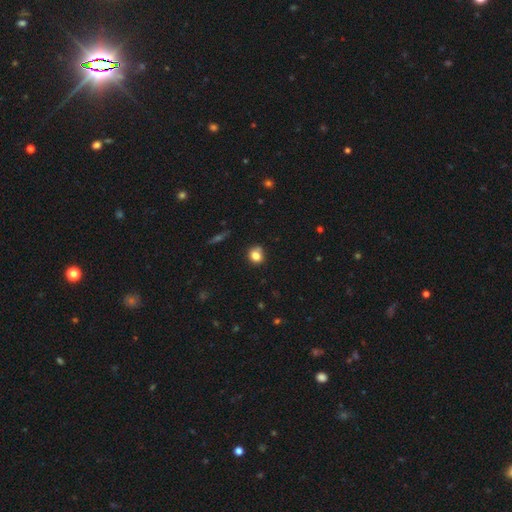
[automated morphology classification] smooth-or-featured: smooth: 80% | star or artifact: 12% | featured or disk: 8%
  how-rounded: round: 76% | in between: 23% | cigar-shaped: 1%
  merging: none: 70% | minor disturbance: 20% | merger: 5% | major disturbance: 4%